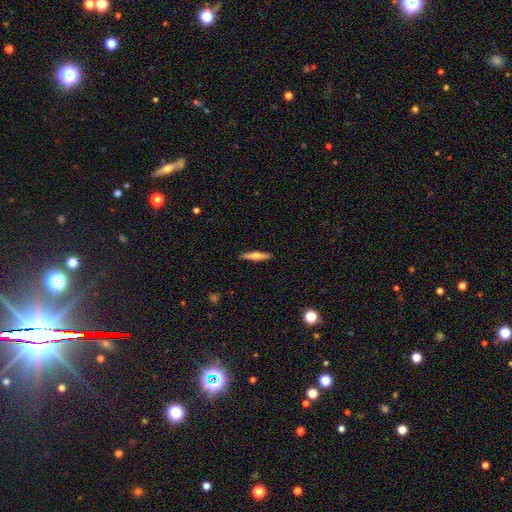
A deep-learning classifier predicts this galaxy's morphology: Q: Smooth or featured?
A: smooth (53%); runner-up: featured or disk (42%)
Q: How rounded?
A: cigar-shaped (89%); runner-up: in between (9%)
Q: Merging?
A: none (91%); runner-up: minor disturbance (6%)